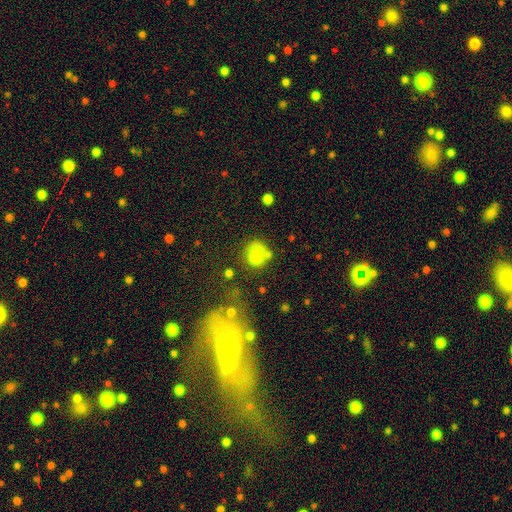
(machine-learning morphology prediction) Smooth or featured?
  - smooth: 76% *
  - star or artifact: 13%
  - featured or disk: 11%
How rounded?
  - round: 70% *
  - in between: 29%
  - cigar-shaped: 1%
Merging?
  - none: 49% *
  - minor disturbance: 23%
  - major disturbance: 14%
  - merger: 13%